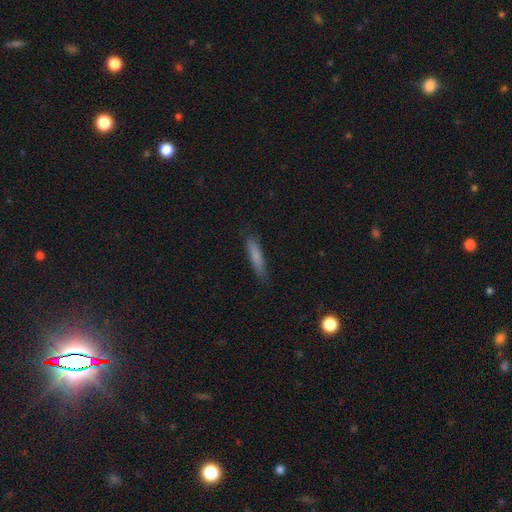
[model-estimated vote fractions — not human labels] Smooth or featured? Predicted: smooth (p=0.77). How rounded? Predicted: cigar-shaped (p=0.87). Merging? Predicted: none (p=0.82).